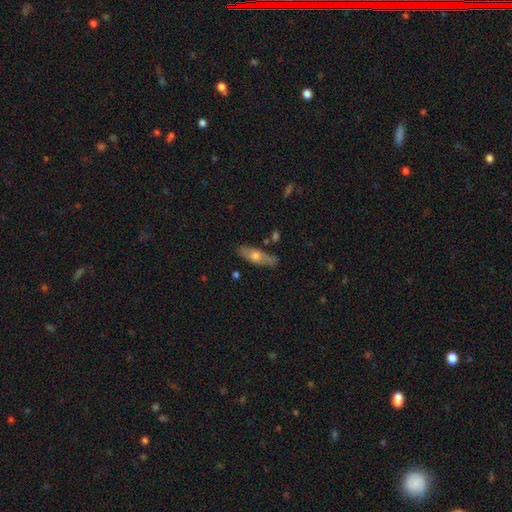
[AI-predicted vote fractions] A smooth galaxy with no disk features (51%) that is in between round and cigar-shaped (57%). Merging: none (82%).